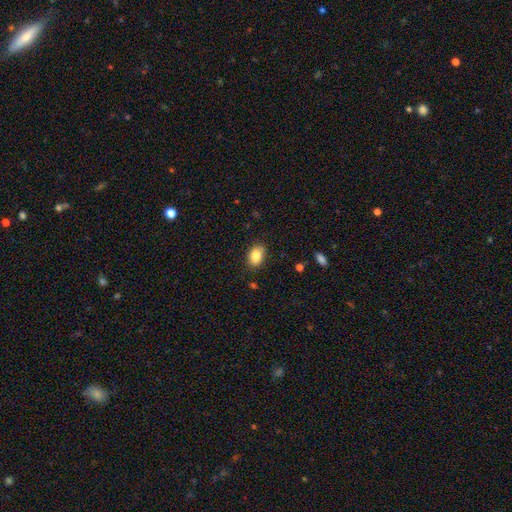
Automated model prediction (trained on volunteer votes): Overall: smooth (84%). How rounded: in between (83%). Merging: none (84%).